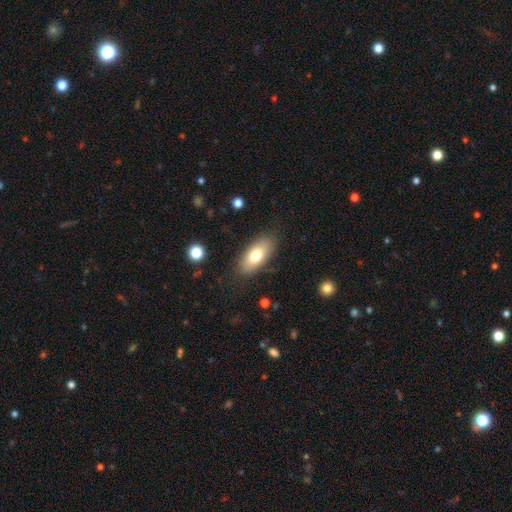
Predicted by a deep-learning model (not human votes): smooth-or-featured: smooth: 72% | featured or disk: 21% | star or artifact: 7%
  how-rounded: in between: 85% | cigar-shaped: 11% | round: 4%
  merging: none: 82% | minor disturbance: 13% | major disturbance: 4% | merger: 1%